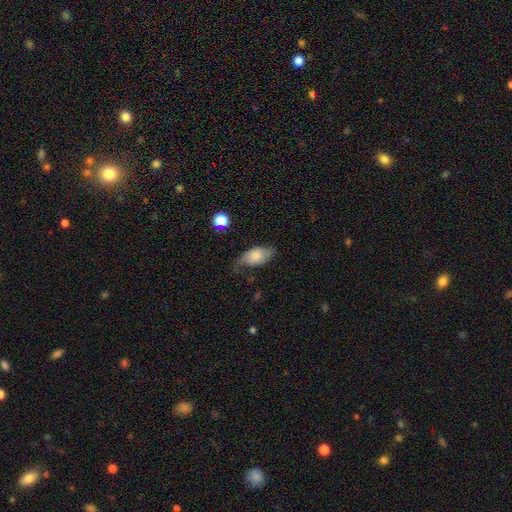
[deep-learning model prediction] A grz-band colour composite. It shows a smooth galaxy with no disk features (72%) that is in between round and cigar-shaped (93%). Merging: none (52%).